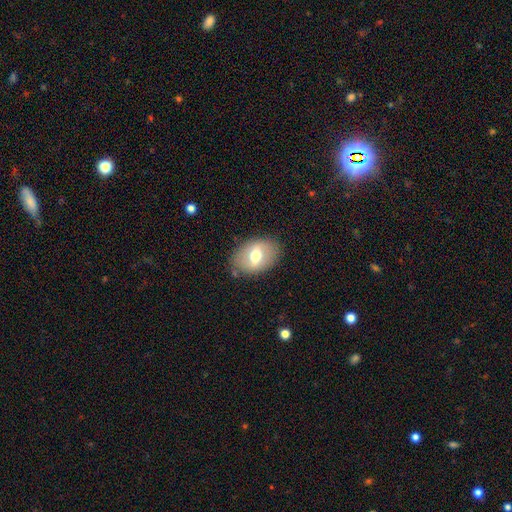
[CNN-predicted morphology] A smooth galaxy with no disk features (56%) that is in between round and cigar-shaped (81%).

Vote fractions:
- Smooth or featured? smooth: 56% / featured or disk: 37% / star or artifact: 7%
- How rounded? in between: 81% / round: 18% / cigar-shaped: 1%
- Merging? none: 81% / minor disturbance: 13% / major disturbance: 4% / merger: 2%